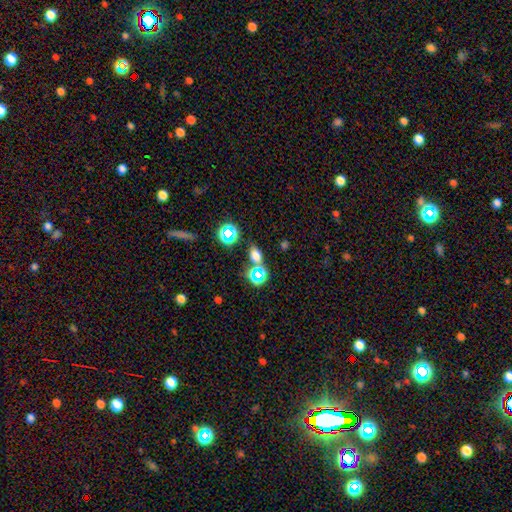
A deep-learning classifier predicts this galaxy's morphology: smooth-or-featured: smooth: 60% | star or artifact: 31% | featured or disk: 9%
  how-rounded: in between: 59% | round: 38% | cigar-shaped: 3%
  merging: none: 66% | merger: 20% | minor disturbance: 9% | major disturbance: 4%